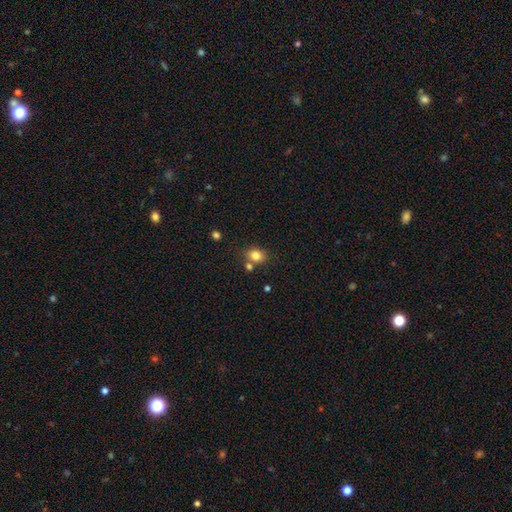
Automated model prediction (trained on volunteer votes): Smooth or featured?
  - smooth: 81% *
  - star or artifact: 11%
  - featured or disk: 8%
How rounded?
  - round: 53% *
  - in between: 46%
  - cigar-shaped: 1%
Merging?
  - none: 67% *
  - merger: 17%
  - minor disturbance: 12%
  - major disturbance: 3%